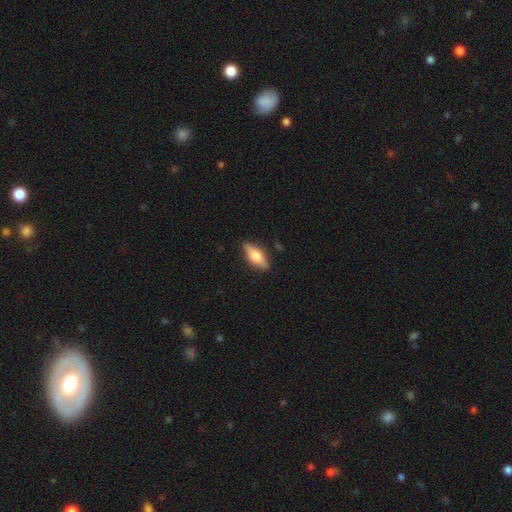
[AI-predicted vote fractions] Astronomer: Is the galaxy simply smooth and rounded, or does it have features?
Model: smooth — 54% (runner-up: featured or disk, 40%).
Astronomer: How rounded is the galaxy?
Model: in between — 68%.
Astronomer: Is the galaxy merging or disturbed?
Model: none — 85%.